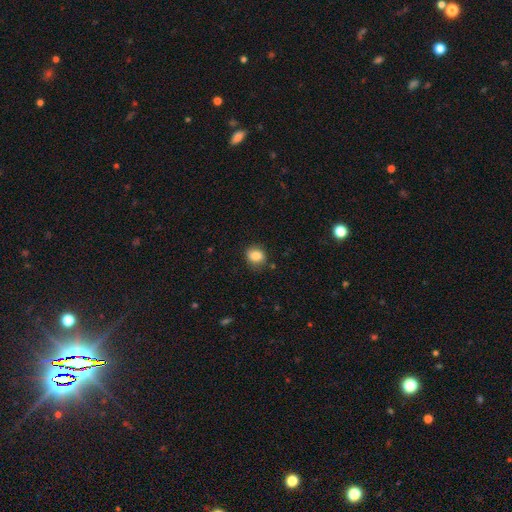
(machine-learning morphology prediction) Overall: smooth (84%). How rounded: round (58%; in between 41%). Merging: none (78%).